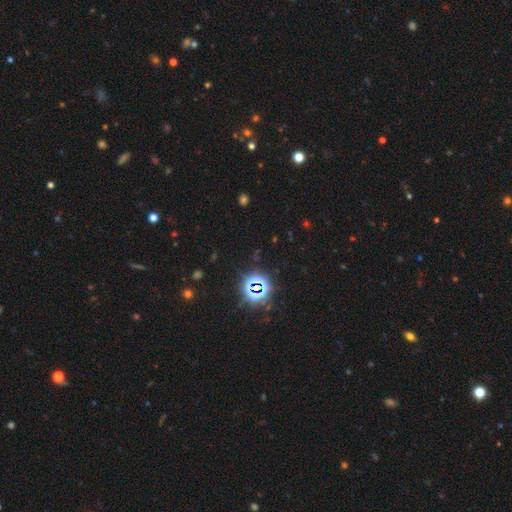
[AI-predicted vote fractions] Smooth or featured: star or artifact — 79% (smooth — 14%)